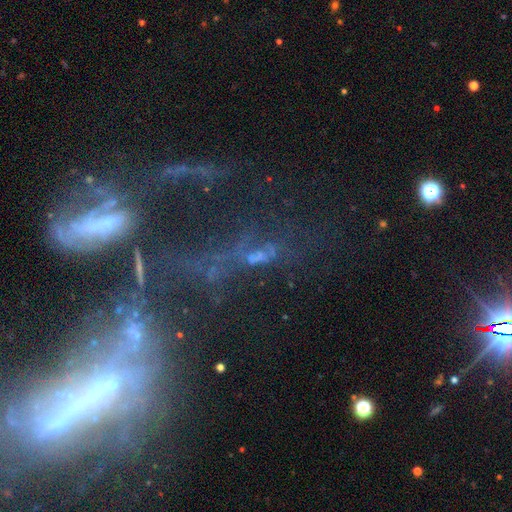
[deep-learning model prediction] Smooth or featured? Predicted: star or artifact (p=0.47).